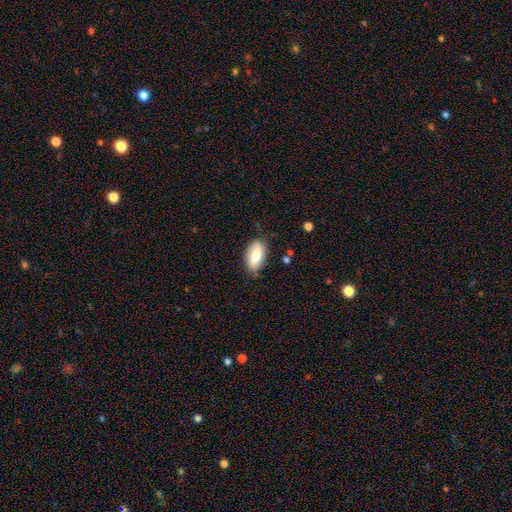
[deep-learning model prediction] smooth 74%, featured or disk 20%, star or artifact 7%. Down the decision tree: how rounded — in between (91%); merging — none (77%).